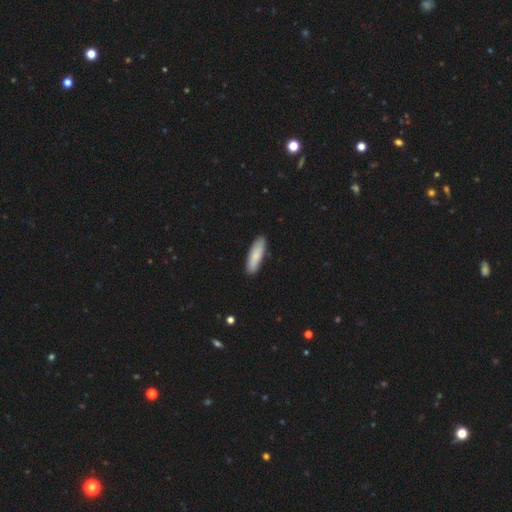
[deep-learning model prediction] Smooth or featured?
  - smooth: 82% *
  - featured or disk: 13%
  - star or artifact: 5%
How rounded?
  - cigar-shaped: 64% *
  - in between: 34%
  - round: 1%
Merging?
  - none: 88% *
  - minor disturbance: 9%
  - major disturbance: 2%
  - merger: 1%